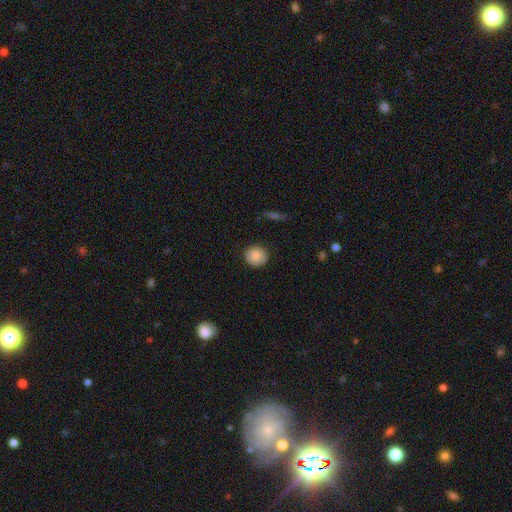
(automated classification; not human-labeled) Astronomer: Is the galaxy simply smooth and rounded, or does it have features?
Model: smooth — 81%.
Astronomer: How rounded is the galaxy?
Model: round — 88%.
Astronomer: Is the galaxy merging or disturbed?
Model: none — 86%.